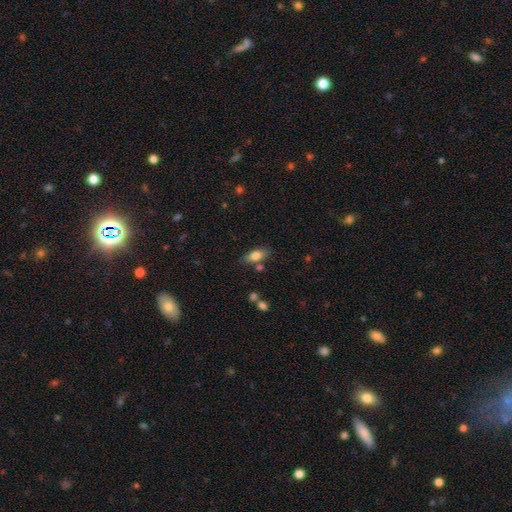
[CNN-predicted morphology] smooth 78%, featured or disk 14%, star or artifact 8%. Down the decision tree: how rounded — in between (84%); merging — none (74%).